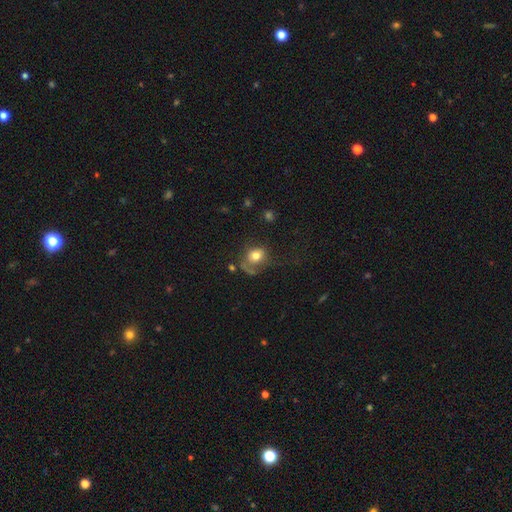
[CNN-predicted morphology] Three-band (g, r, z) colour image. It shows a smooth galaxy with no disk features (68%) that is round (61%). Merging: none (37%).